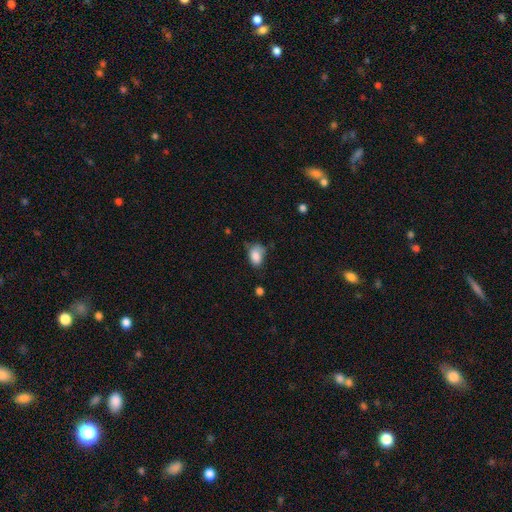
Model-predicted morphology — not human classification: Q: Smooth or featured?
A: smooth (85%); runner-up: star or artifact (9%)
Q: How rounded?
A: in between (79%); runner-up: round (20%)
Q: Merging?
A: none (49%); runner-up: minor disturbance (36%)